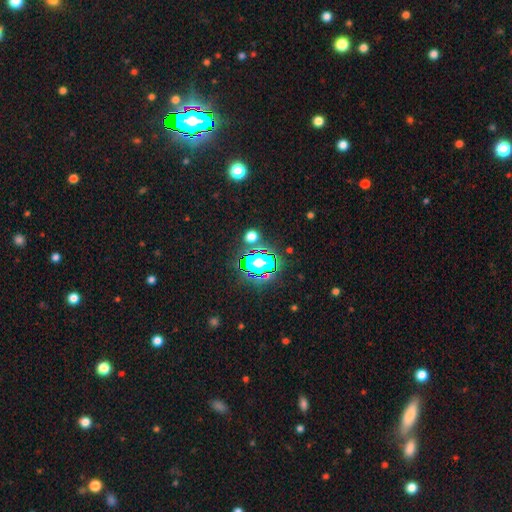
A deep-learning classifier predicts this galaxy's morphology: This appears to be a star or artifact, not a galaxy (61%).